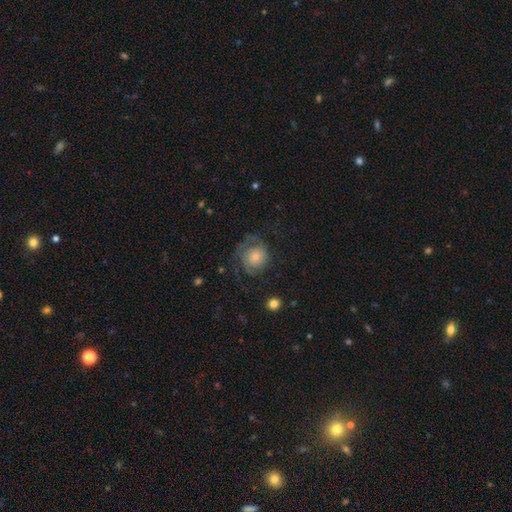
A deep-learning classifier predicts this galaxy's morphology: This is possibly a featured or disk galaxy (58%). It is clearly not viewed edge-on (97%). Bar: clearly no (81%). Spiral arm pattern: clearly yes (85%). Central bulge: possibly small (51%). Merging: possibly none (56%).